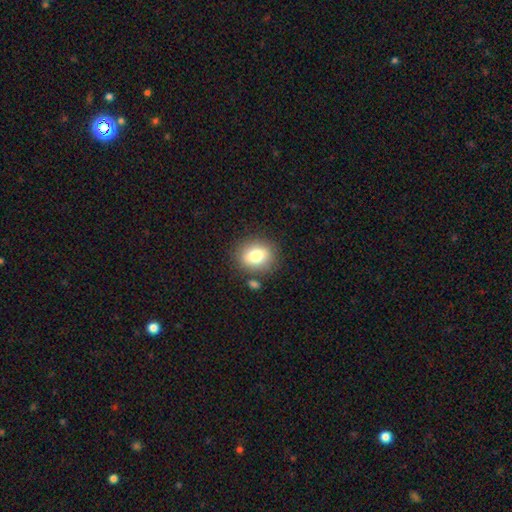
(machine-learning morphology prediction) A smooth galaxy with no disk features (77%) that is round (51%).

Vote fractions:
- Smooth or featured? smooth: 77% / featured or disk: 13% / star or artifact: 10%
- How rounded? round: 51% / in between: 48% / cigar-shaped: 1%
- Merging? none: 80% / minor disturbance: 11% / merger: 6% / major disturbance: 3%